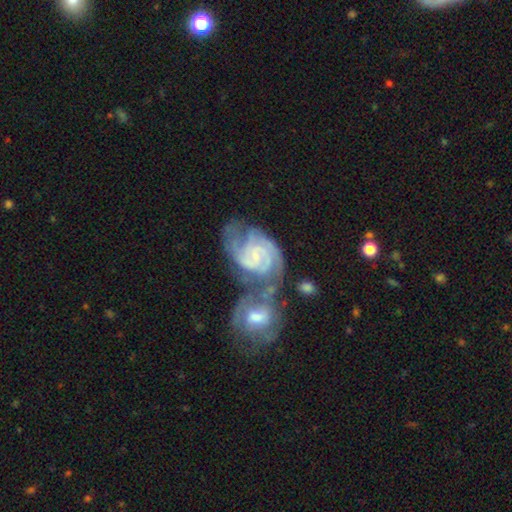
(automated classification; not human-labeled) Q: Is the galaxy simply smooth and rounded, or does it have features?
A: featured or disk — 88%.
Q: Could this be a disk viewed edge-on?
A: no — 98%.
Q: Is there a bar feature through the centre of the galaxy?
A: no — 47%.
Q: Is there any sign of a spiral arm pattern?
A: yes — 97%.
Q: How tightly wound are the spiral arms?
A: tight — 55%.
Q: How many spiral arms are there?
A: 2 — 37%.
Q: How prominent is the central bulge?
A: small — 71%.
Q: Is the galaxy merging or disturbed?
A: merger — 56%.